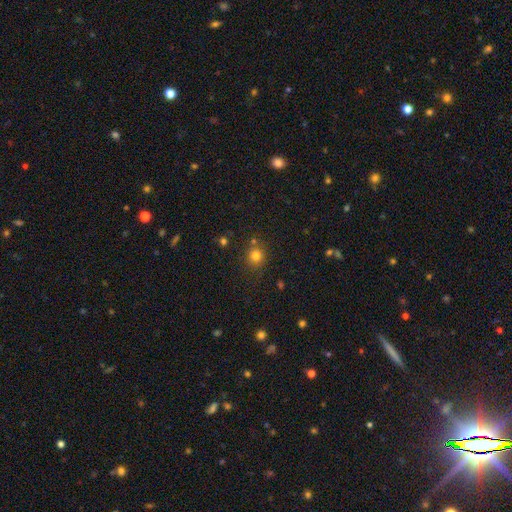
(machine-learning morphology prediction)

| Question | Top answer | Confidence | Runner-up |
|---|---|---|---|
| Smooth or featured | smooth | 79% | star or artifact (15%) |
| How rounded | round | 85% | in between (14%) |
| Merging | none | 77% | minor disturbance (11%) |